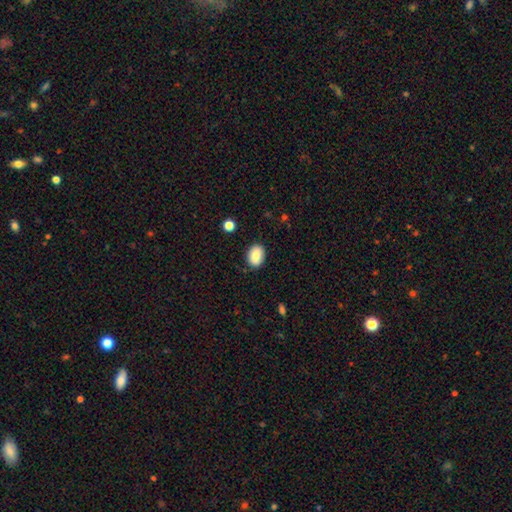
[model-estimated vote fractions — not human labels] This appears to be a smooth galaxy with no disk features (84%) that is in between round and cigar-shaped (76%). Merging: none (86%).